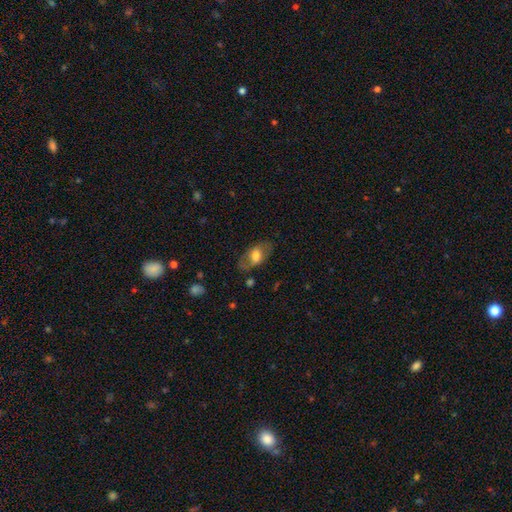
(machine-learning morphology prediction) Overall: smooth (52%; featured or disk 41%). How rounded: in between (89%). Merging: none (74%).